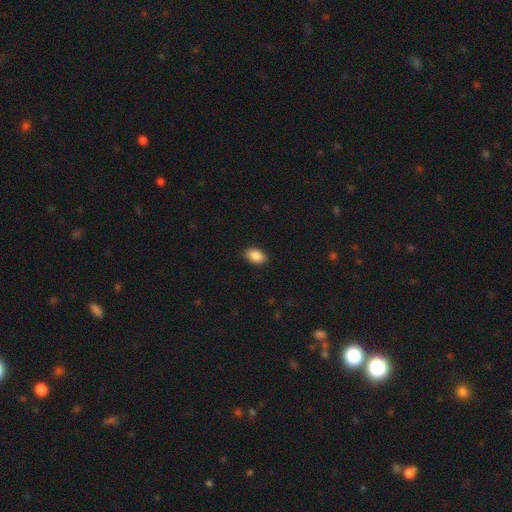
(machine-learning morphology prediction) smooth_or_featured: smooth (p=0.88) [alt: star or artifact p=0.08]
how_rounded: in between (p=0.89) [alt: round p=0.09]
merging: none (p=0.89) [alt: minor disturbance p=0.08]